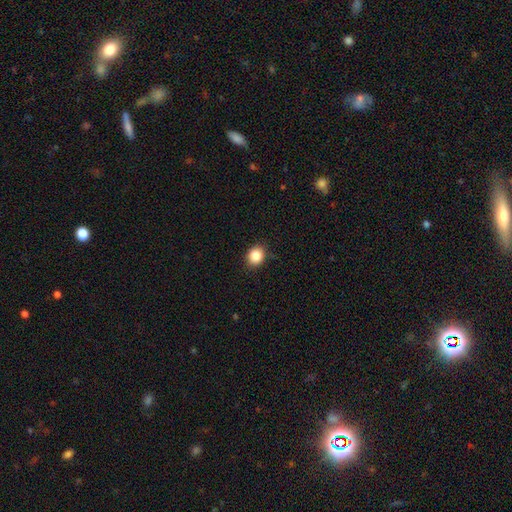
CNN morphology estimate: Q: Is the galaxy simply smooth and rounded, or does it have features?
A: smooth — 85%.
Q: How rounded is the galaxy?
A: round — 64%.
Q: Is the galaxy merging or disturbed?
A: none — 86%.